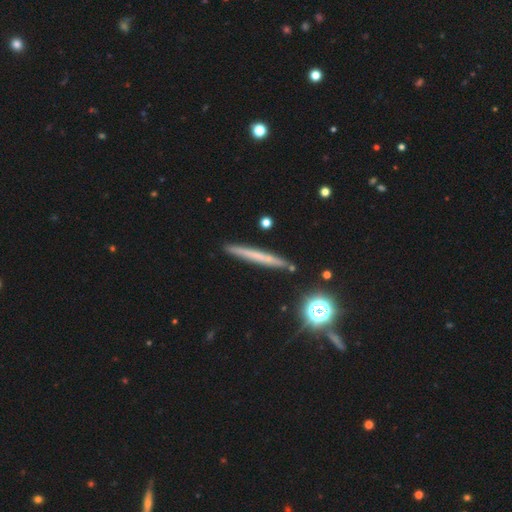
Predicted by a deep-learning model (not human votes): smooth 49%, featured or disk 41%, star or artifact 10%. Down the decision tree: merging — none (90%).